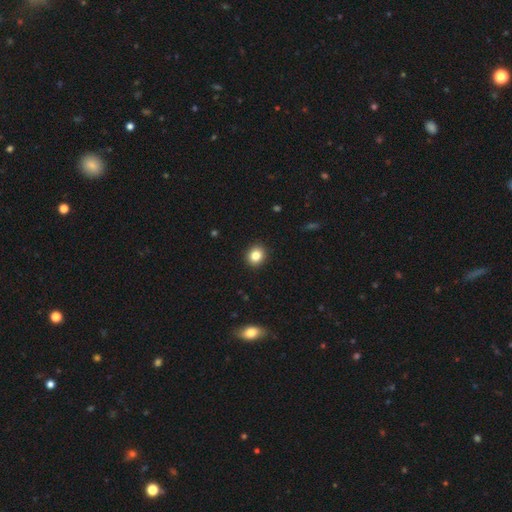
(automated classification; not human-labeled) Q: Smooth or featured?
A: smooth (83%); runner-up: star or artifact (10%)
Q: How rounded?
A: round (79%); runner-up: in between (20%)
Q: Merging?
A: none (92%); runner-up: minor disturbance (5%)